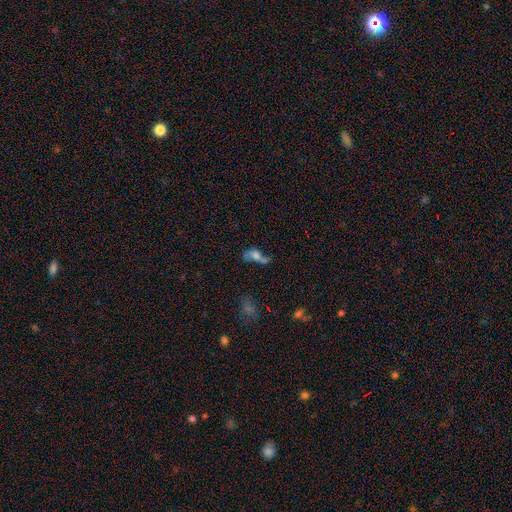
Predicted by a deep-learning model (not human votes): Smooth or featured: smooth — 50% (featured or disk — 37%)
Merging: major disturbance — 28% (none — 27%)